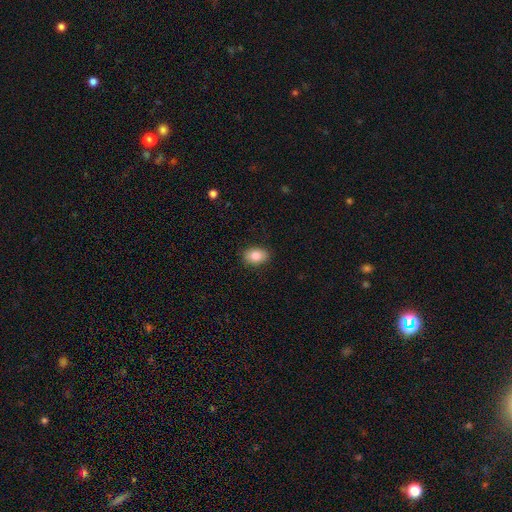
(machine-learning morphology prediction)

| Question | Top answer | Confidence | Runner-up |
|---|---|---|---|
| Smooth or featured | smooth | 84% | featured or disk (9%) |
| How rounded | in between | 82% | round (17%) |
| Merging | none | 88% | minor disturbance (9%) |